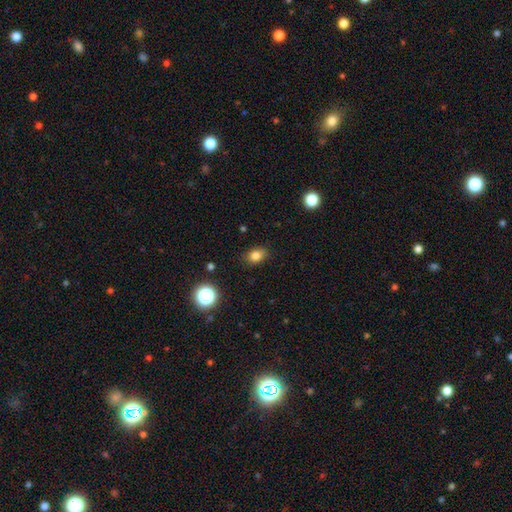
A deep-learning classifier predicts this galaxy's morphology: type=smooth (81%); roundness=in between (67%); merging=none (83%).